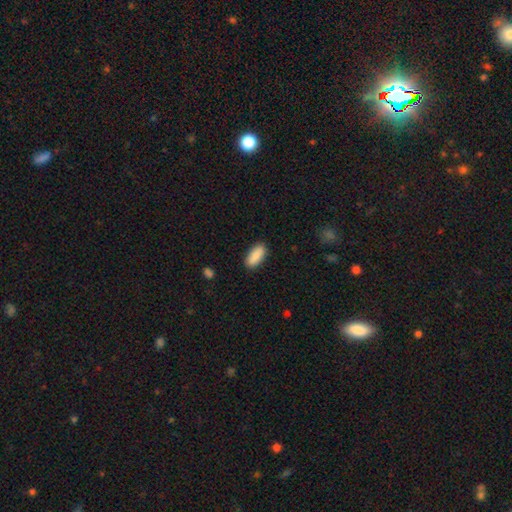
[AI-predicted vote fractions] Smooth or featured? smooth (89%)
How rounded? in between (84%)
Merging? none (88%)